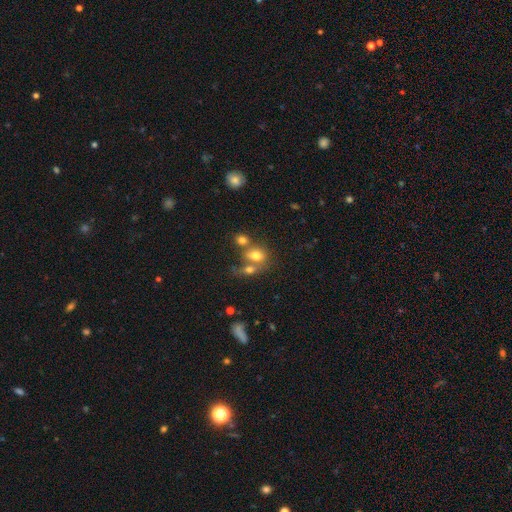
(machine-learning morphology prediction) Overall: smooth (72%). How rounded: in between (54%; round 44%). Merging: merger (52%; none 32%).